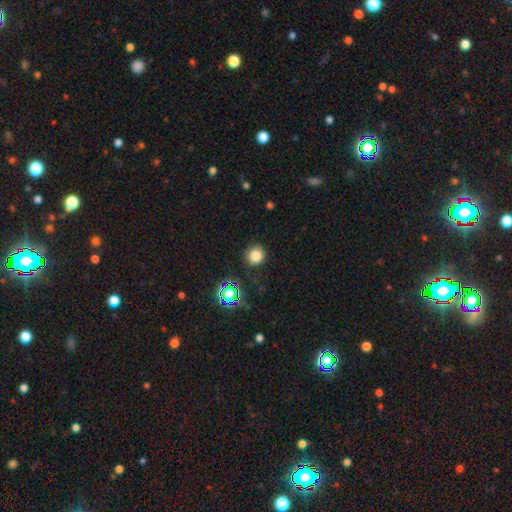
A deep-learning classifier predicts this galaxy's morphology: This is likely a smooth galaxy (78%). How rounded: clearly round (87%). Merging: clearly none (85%).